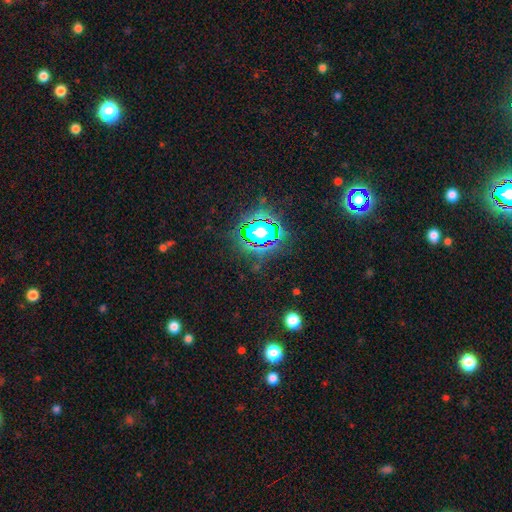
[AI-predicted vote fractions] The model was most divided on "smooth or featured": star or artifact: 83%, smooth: 10%, featured or disk: 7%.